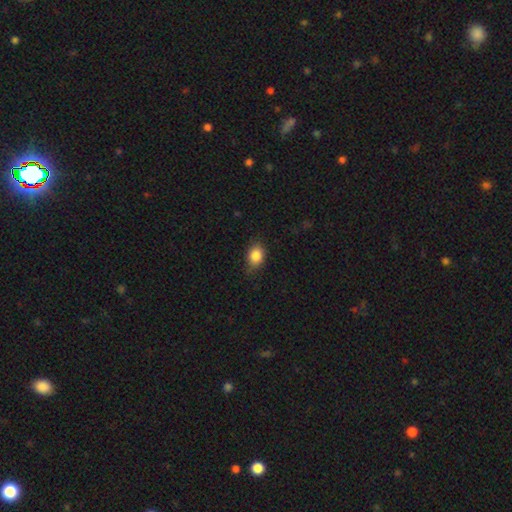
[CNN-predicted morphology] This is clearly a smooth galaxy (85%). How rounded: likely in between (65%). Merging: likely none (73%).